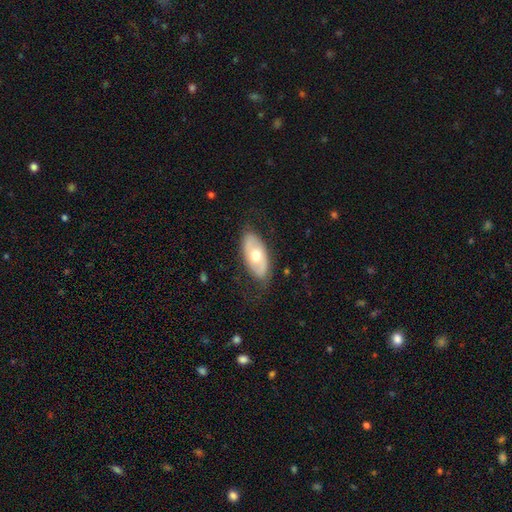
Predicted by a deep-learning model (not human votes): Smooth or featured?
  - smooth: 49% *
  - featured or disk: 45%
  - star or artifact: 5%
Merging?
  - none: 77% *
  - minor disturbance: 16%
  - major disturbance: 5%
  - merger: 1%